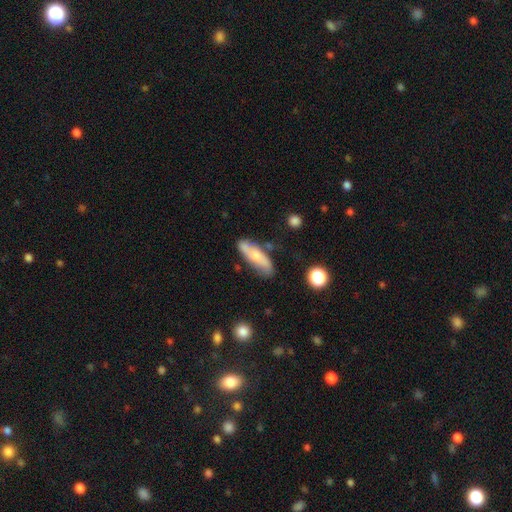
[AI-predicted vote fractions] This appears to be a smooth galaxy with no disk features (49%). Merging: none (73%).